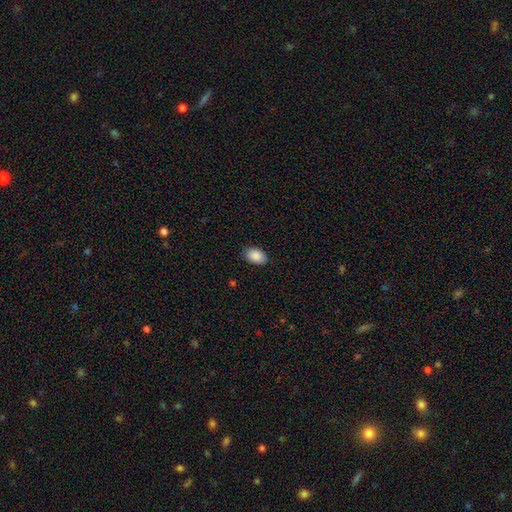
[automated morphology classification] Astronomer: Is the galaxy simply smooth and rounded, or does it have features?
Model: smooth — 90%.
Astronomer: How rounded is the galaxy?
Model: in between — 88%.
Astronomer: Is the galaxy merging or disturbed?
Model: none — 87%.